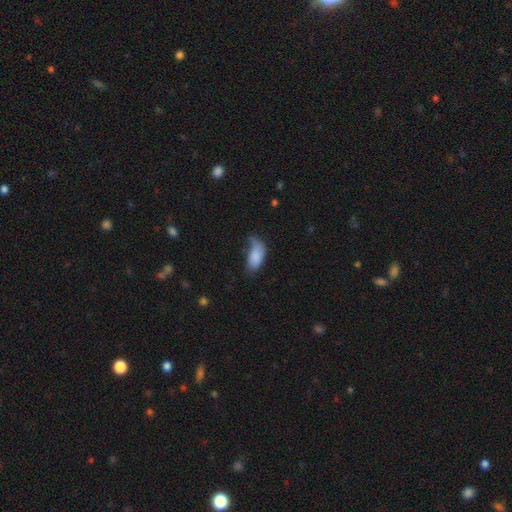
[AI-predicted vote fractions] This appears to be a smooth galaxy with no disk features (83%) that is in between round and cigar-shaped (92%). Merging: minor disturbance (40%).